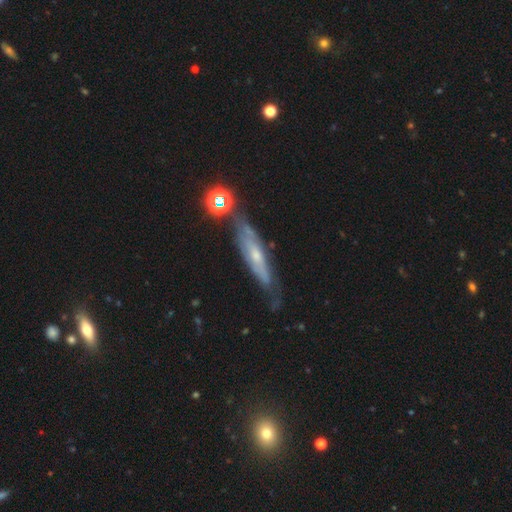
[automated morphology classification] type=featured or disk (64%); edge-on=yes (53%); merging=none (60%).